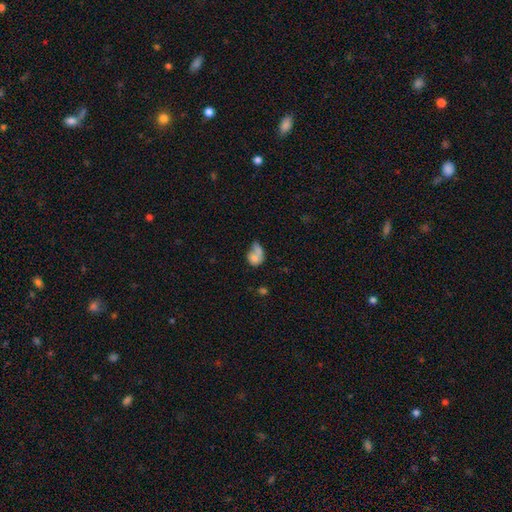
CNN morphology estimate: This is likely a smooth galaxy (67%). How rounded: possibly in between (58%). Merging: possibly merger (45%).